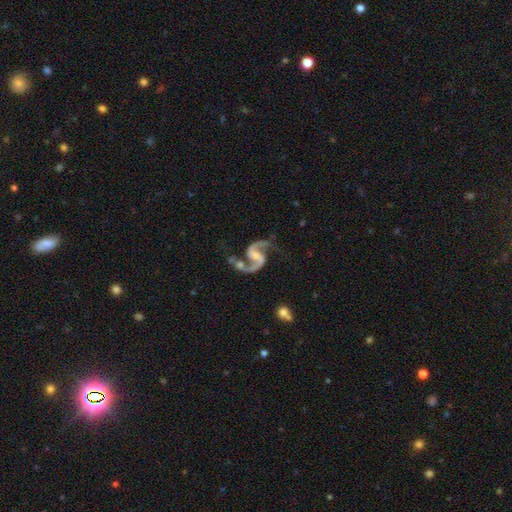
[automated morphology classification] A featured or disk galaxy (93%) with a weak bar (43%), 2 (94%) medium (47%, tied with loose) spiral arms (98%) and a small central bulge (54%).

Vote fractions:
- Smooth or featured? featured or disk: 93% / star or artifact: 4% / smooth: 3%
- Edge-on disk? no: 98% / yes: 2%
- Bar? weak: 43% / no: 34% / strong: 22%
- Spiral arms? yes: 98% / no: 2%
- Spiral winding? medium: 47% (tied) / loose: 47% (tied) / tight: 7%
- Spiral arm count? 2: 94% / 1: 2% / can't tell: 1% / 3: 1% / 4: 1% / more than 4: 1%
- Bulge size? small: 54% / moderate: 28% / none: 15% / large: 2% / dominant: 1%
- Merging? none: 58% / minor disturbance: 17% / merger: 13% / major disturbance: 12%